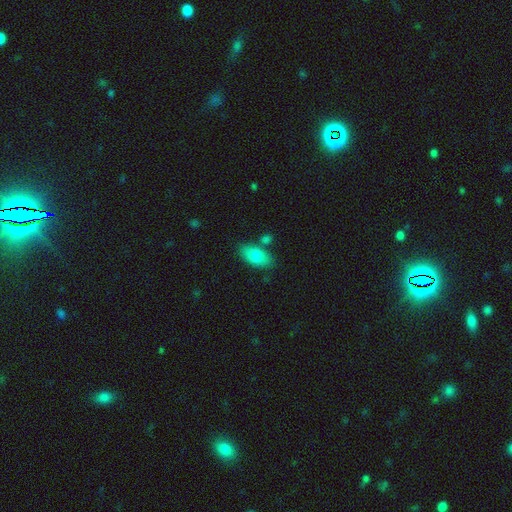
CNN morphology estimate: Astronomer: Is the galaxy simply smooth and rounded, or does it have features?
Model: smooth — 80%.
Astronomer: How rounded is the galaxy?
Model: in between — 91%.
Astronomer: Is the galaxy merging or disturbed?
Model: none — 74%.